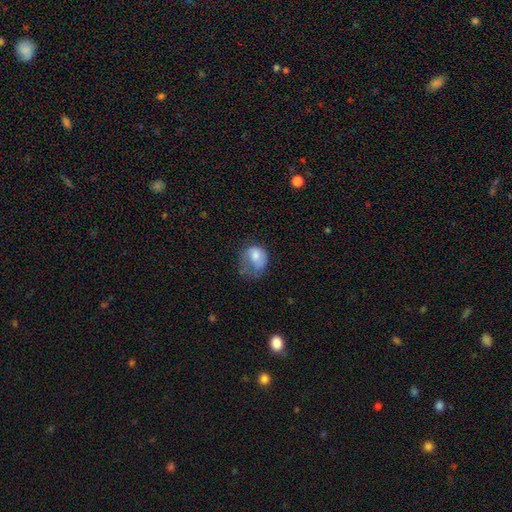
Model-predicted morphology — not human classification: Smooth or featured?
  - smooth: 67% *
  - featured or disk: 23%
  - star or artifact: 10%
How rounded?
  - in between: 52% *
  - round: 47%
  - cigar-shaped: 1%
Merging?
  - major disturbance: 44% *
  - minor disturbance: 30%
  - none: 24%
  - merger: 3%